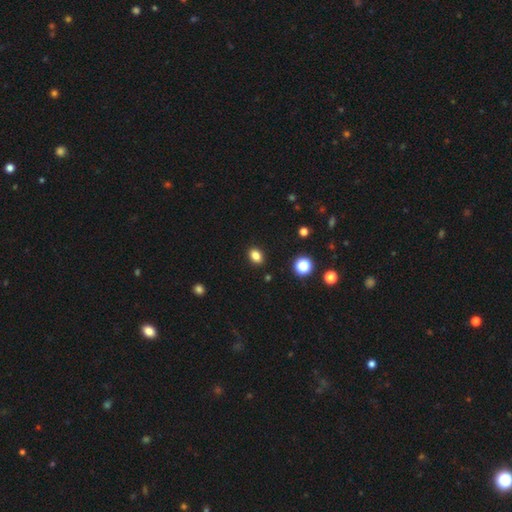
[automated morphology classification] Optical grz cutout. It shows a smooth galaxy with no disk features (83%) that is in between round and cigar-shaped (71%). Merging: none (89%).